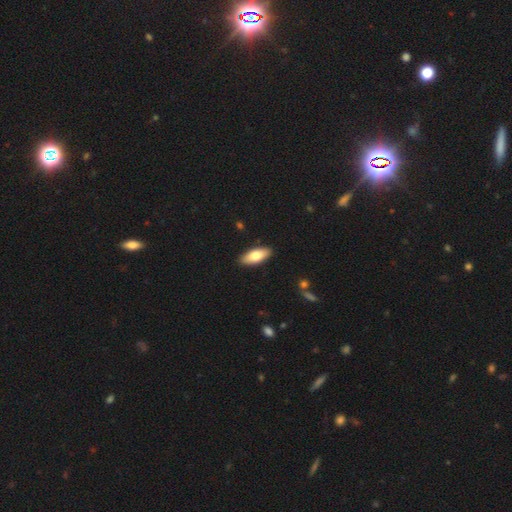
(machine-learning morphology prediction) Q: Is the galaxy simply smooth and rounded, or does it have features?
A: smooth — 74%.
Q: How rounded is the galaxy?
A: in between — 79%.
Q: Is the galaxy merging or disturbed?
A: none — 90%.